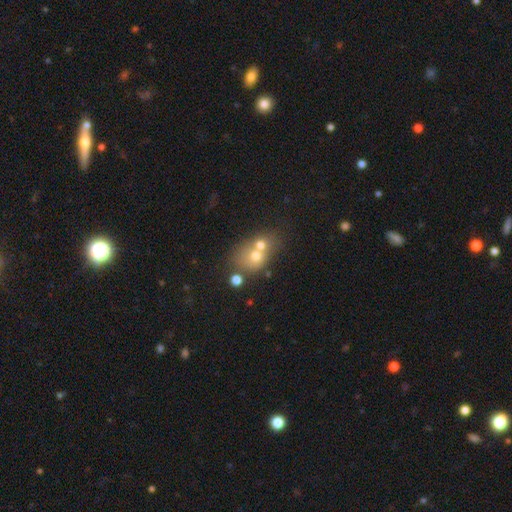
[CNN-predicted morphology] A smooth galaxy with no disk features (61%) that is round (59%). Merging: merger (64%).